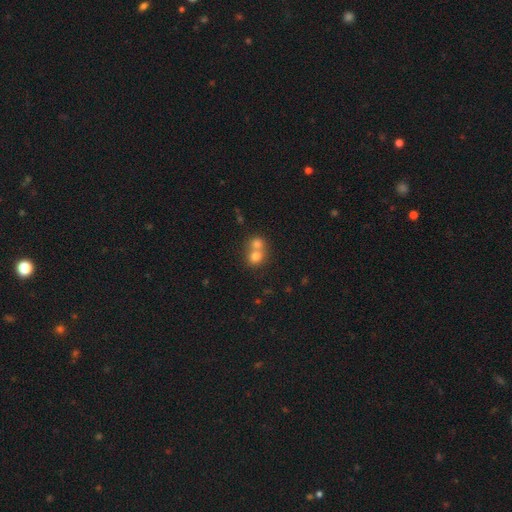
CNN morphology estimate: type=smooth (75%); roundness=round (72%); merging=merger (65%).